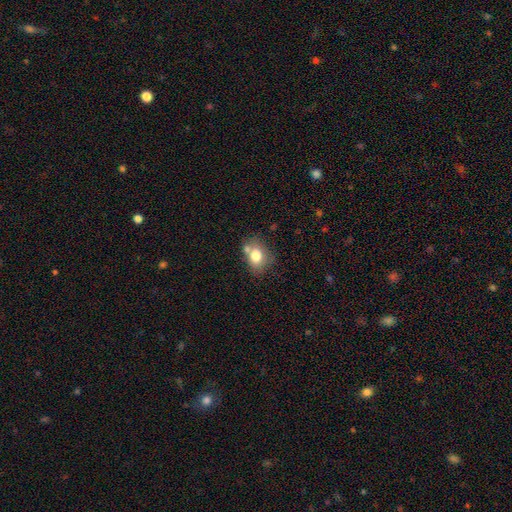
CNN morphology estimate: Q: Smooth or featured?
A: smooth (76%); runner-up: featured or disk (15%)
Q: How rounded?
A: in between (62%); runner-up: round (37%)
Q: Merging?
A: none (52%); runner-up: merger (22%)